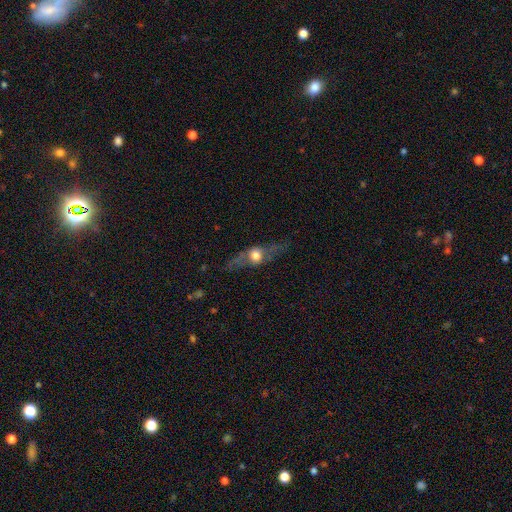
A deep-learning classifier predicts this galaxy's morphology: The model was most divided on "smooth or featured": featured or disk: 64%, smooth: 27%, star or artifact: 8%. More confident: edge-on bulge — rounded (95%); edge-on disk — yes (84%); merging — none (74%).